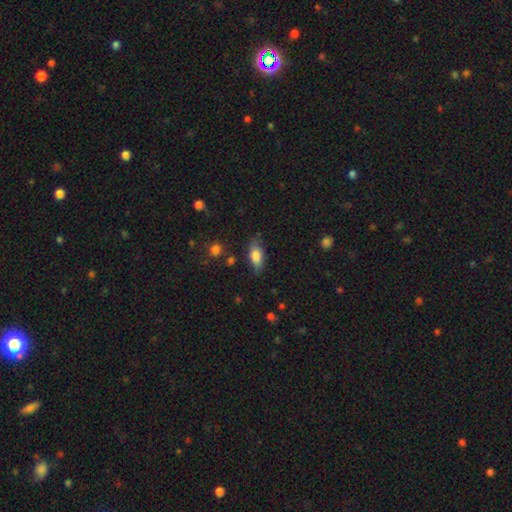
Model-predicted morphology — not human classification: Smooth or featured? smooth (80%)
How rounded? in between (84%)
Merging? none (75%)